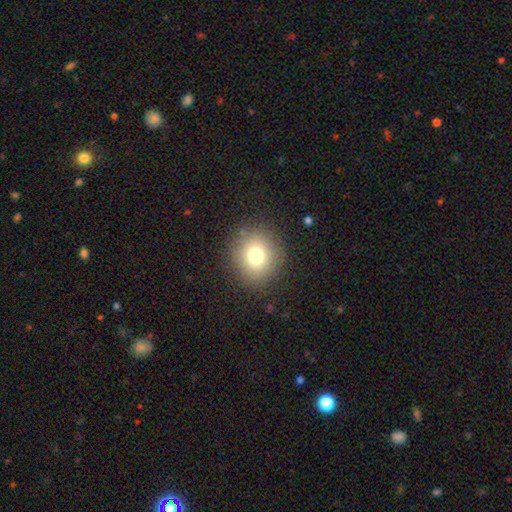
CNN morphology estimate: Smooth or featured? smooth (76%)
How rounded? round (84%)
Merging? none (87%)